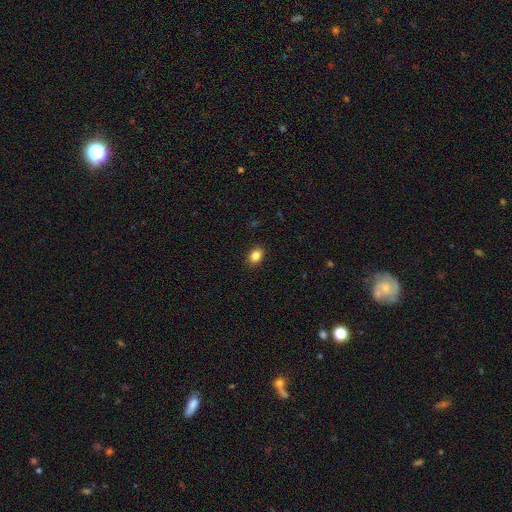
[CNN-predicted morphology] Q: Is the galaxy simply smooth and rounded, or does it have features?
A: smooth — 85%.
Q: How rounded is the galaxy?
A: in between — 71%.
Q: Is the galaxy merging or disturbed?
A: none — 90%.